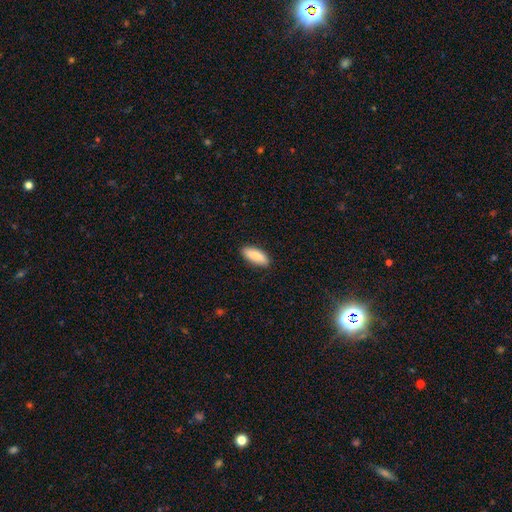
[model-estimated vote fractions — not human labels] smooth_or_featured: smooth (p=0.88) [alt: featured or disk p=0.07]
how_rounded: in between (p=0.75) [alt: cigar-shaped p=0.23]
merging: none (p=0.89) [alt: minor disturbance p=0.08]